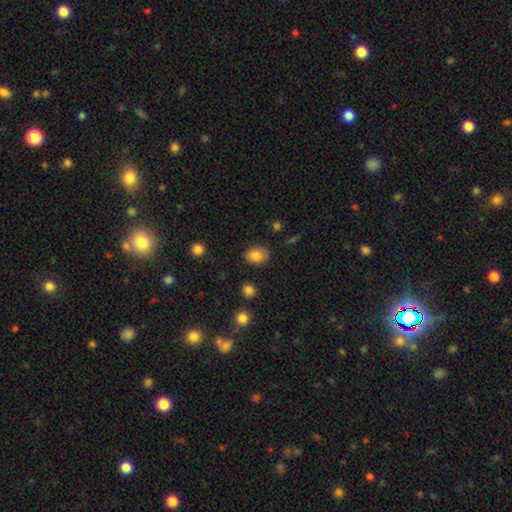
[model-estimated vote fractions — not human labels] Smooth or featured? smooth (84%)
How rounded? in between (74%)
Merging? none (82%)